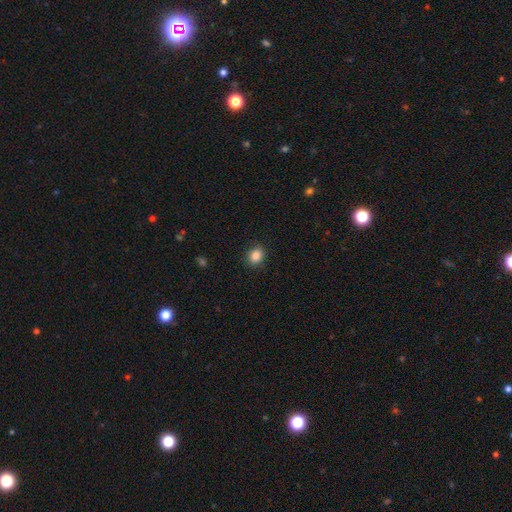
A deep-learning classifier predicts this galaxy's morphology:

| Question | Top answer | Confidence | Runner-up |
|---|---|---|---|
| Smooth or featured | smooth | 86% | star or artifact (10%) |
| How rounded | round | 59% | in between (40%) |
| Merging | none | 89% | minor disturbance (8%) |